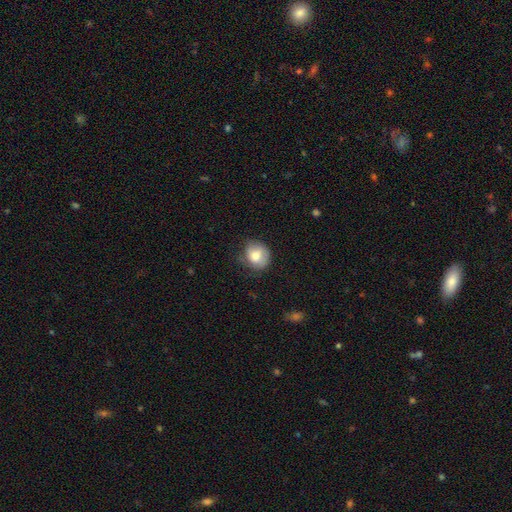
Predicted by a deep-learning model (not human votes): Overall: smooth (76%). How rounded: round (68%; in between 31%). Merging: none (64%; minor disturbance 27%).